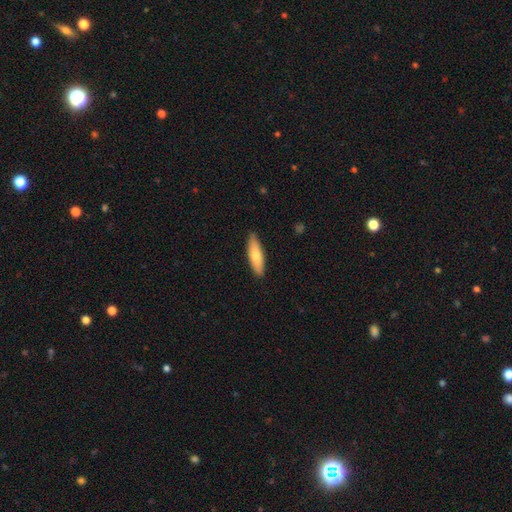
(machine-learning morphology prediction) Smooth or featured? smooth (74%)
How rounded? cigar-shaped (57%)
Merging? none (86%)